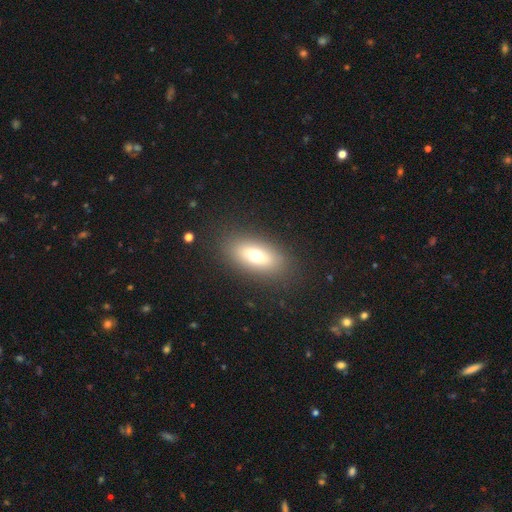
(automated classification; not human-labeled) Smooth or featured? Predicted: smooth (p=0.67). How rounded? Predicted: in between (p=0.83). Merging? Predicted: none (p=0.86).